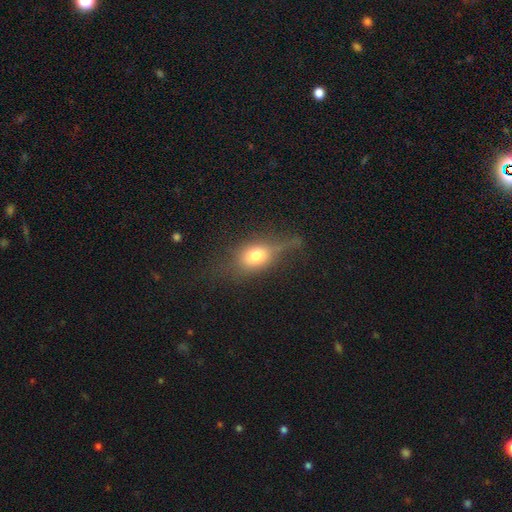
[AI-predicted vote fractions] A smooth galaxy with no disk features (66%) that is in between round and cigar-shaped (67%). Merging: none (44%).